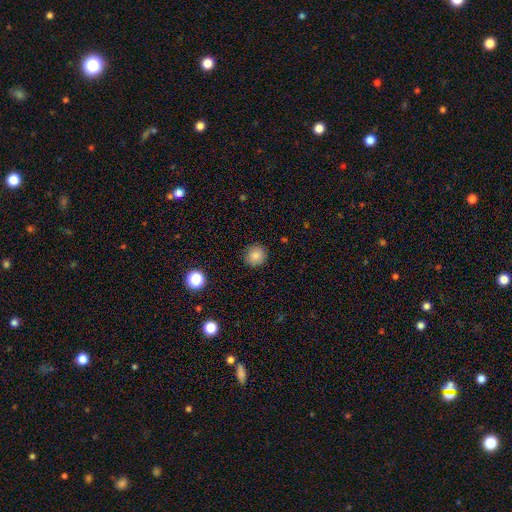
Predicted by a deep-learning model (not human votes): This is clearly a smooth galaxy (84%). How rounded: clearly round (91%). Merging: clearly none (89%).